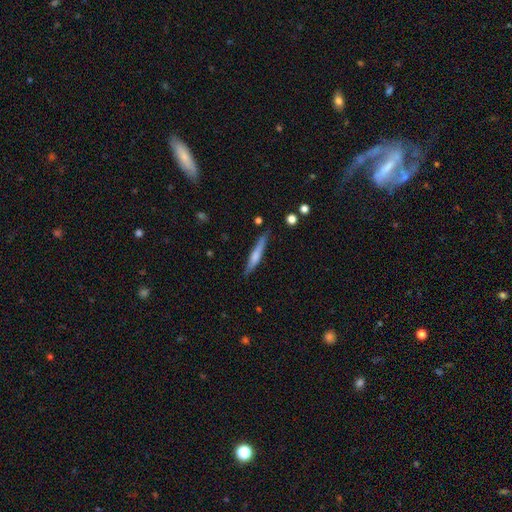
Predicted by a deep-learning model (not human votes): Q: Smooth or featured?
A: smooth (50%); runner-up: featured or disk (44%)
Q: How rounded?
A: cigar-shaped (92%); runner-up: in between (6%)
Q: Merging?
A: none (83%); runner-up: minor disturbance (13%)